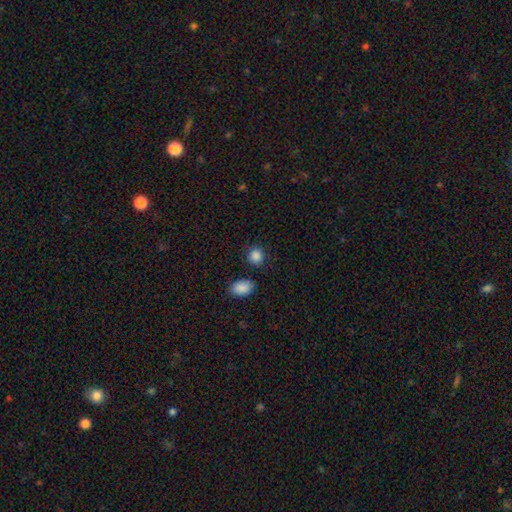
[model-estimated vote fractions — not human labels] smooth_or_featured: smooth (p=0.88) [alt: star or artifact p=0.09]
how_rounded: round (p=0.76) [alt: in between p=0.23]
merging: none (p=0.82) [alt: minor disturbance p=0.10]